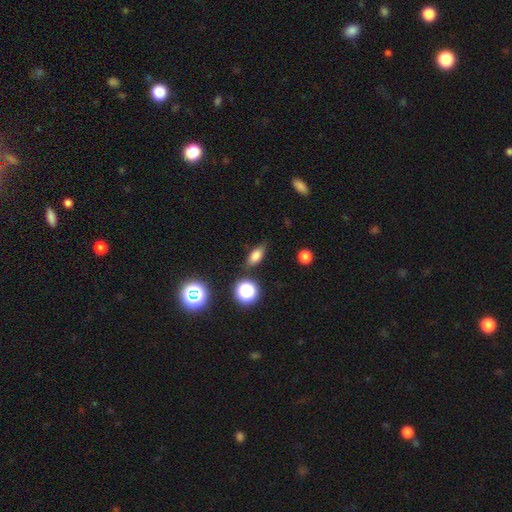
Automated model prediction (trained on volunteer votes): This appears to be a smooth galaxy with no disk features (76%) that is in between round and cigar-shaped (77%). Merging: none (80%).